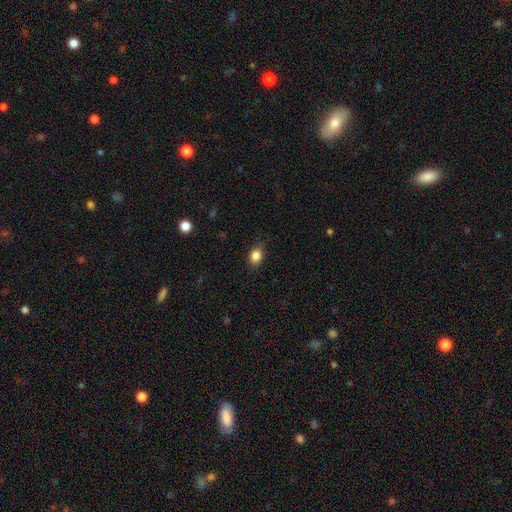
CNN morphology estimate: A smooth galaxy with no disk features (85%) that is in between round and cigar-shaped (52%).

Vote fractions:
- Smooth or featured? smooth: 85% / star or artifact: 10% / featured or disk: 5%
- How rounded? in between: 52% / round: 47% / cigar-shaped: 1%
- Merging? none: 84% / minor disturbance: 13% / major disturbance: 3% / merger: 1%